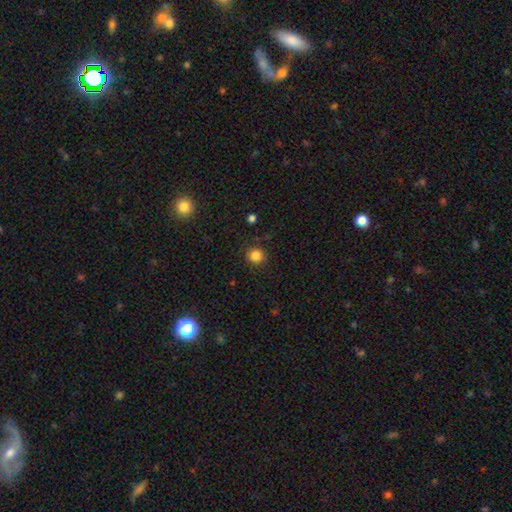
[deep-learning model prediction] Q: Smooth or featured?
A: smooth (84%); runner-up: star or artifact (11%)
Q: How rounded?
A: round (91%); runner-up: in between (8%)
Q: Merging?
A: none (88%); runner-up: minor disturbance (8%)